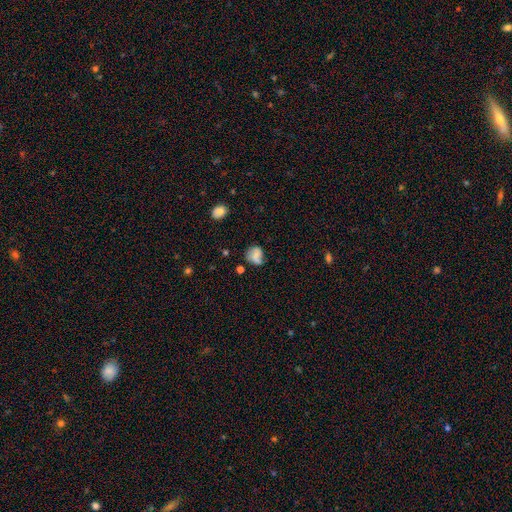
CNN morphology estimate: Smooth or featured? smooth (65%)
How rounded? round (59%)
Merging? none (50%)